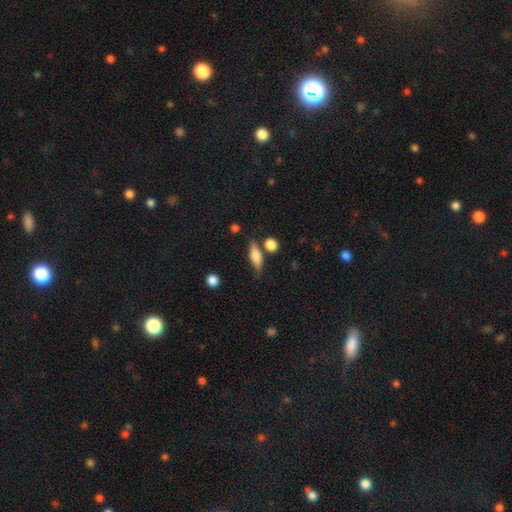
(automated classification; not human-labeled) smooth 59%, featured or disk 33%, star or artifact 8%. Down the decision tree: how rounded — cigar-shaped (50%); merging — none (73%).